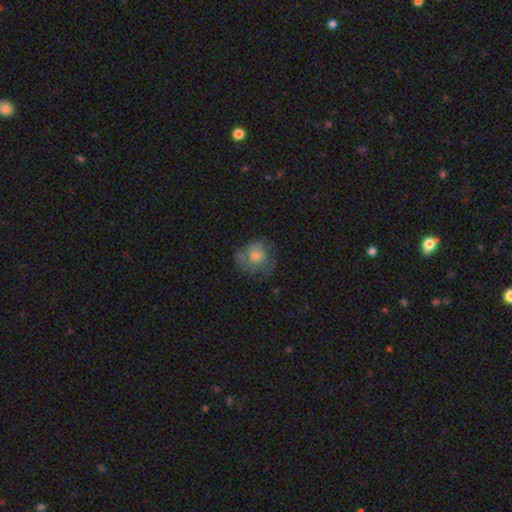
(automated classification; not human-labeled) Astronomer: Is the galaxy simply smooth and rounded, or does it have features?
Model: smooth — 53% (runner-up: featured or disk, 38%).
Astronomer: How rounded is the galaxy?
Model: round — 79%.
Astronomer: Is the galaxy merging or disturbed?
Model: none — 55%.